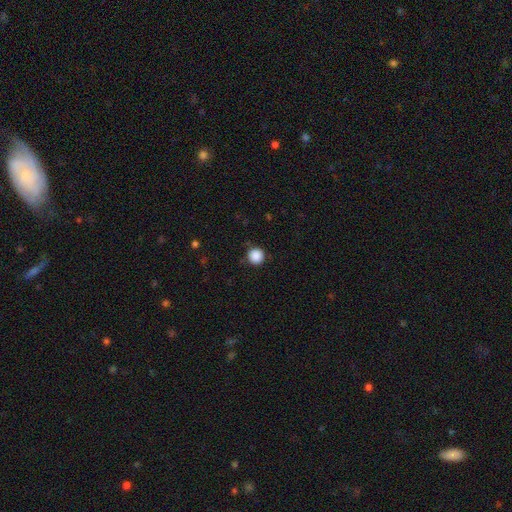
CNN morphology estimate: Q: Smooth or featured?
A: smooth (88%); runner-up: star or artifact (9%)
Q: How rounded?
A: round (96%); runner-up: in between (4%)
Q: Merging?
A: none (88%); runner-up: minor disturbance (8%)